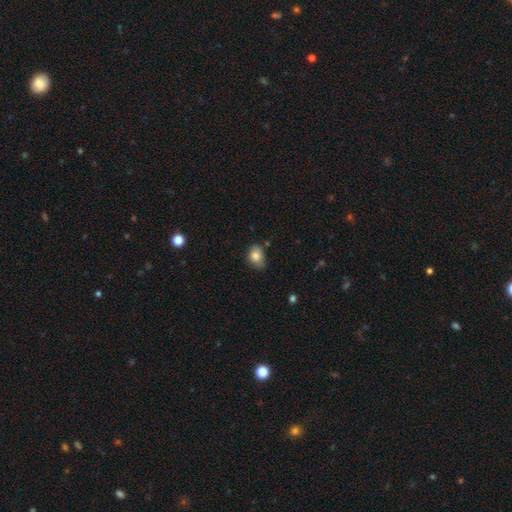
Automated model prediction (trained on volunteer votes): Smooth or featured: smooth — 82% (featured or disk — 10%)
How rounded: in between — 66% (round — 33%)
Merging: none — 57% (minor disturbance — 34%)